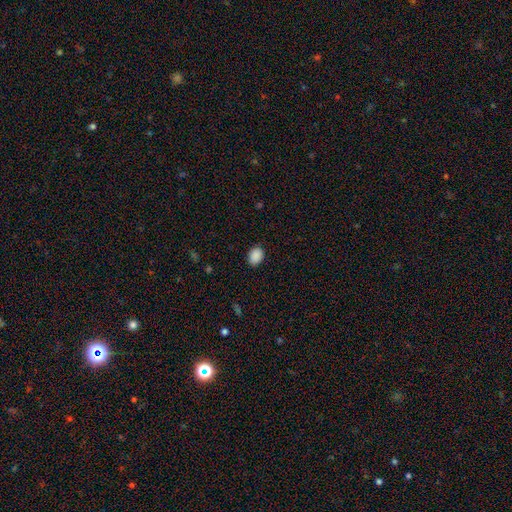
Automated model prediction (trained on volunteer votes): smooth-or-featured: smooth: 89% | star or artifact: 8% | featured or disk: 3%
  how-rounded: in between: 70% | round: 30% | cigar-shaped: 1%
  merging: none: 87% | minor disturbance: 10% | major disturbance: 2% | merger: 1%